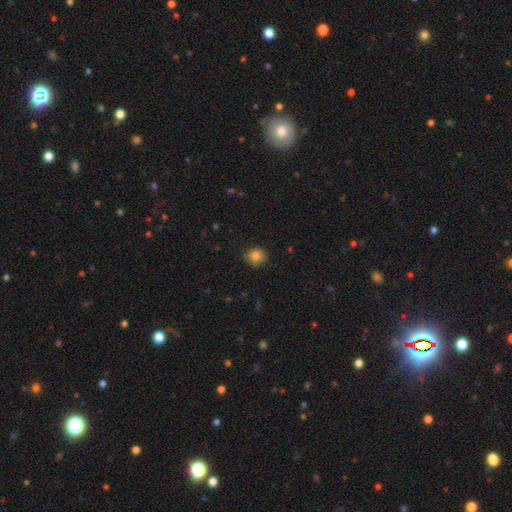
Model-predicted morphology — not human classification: This is clearly a smooth galaxy (85%). How rounded: clearly round (82%). Merging: clearly none (81%).